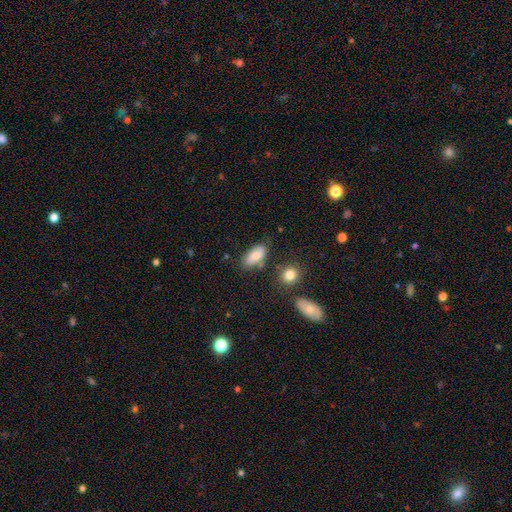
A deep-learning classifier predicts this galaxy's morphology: smooth_or_featured: smooth (p=0.74) [alt: featured or disk p=0.18]
how_rounded: in between (p=0.90) [alt: cigar-shaped p=0.06]
merging: none (p=0.69) [alt: minor disturbance p=0.20]